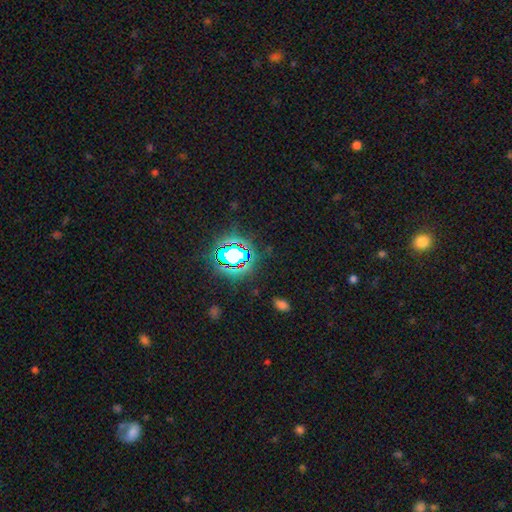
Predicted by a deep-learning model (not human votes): Overall: star or artifact (79%).